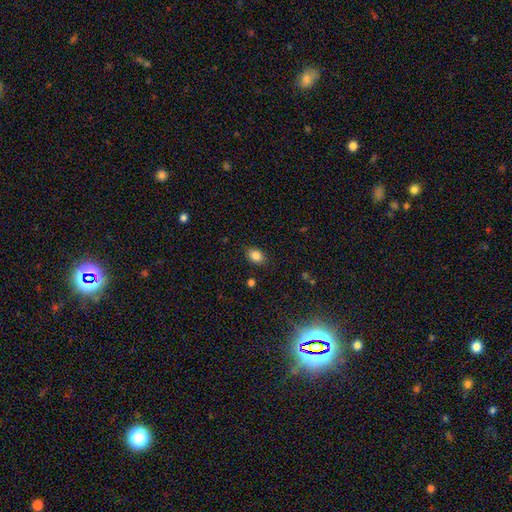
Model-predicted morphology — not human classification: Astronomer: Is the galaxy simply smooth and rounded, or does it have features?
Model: smooth — 85%.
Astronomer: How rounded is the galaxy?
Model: in between — 73%.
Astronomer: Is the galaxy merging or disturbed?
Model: none — 85%.